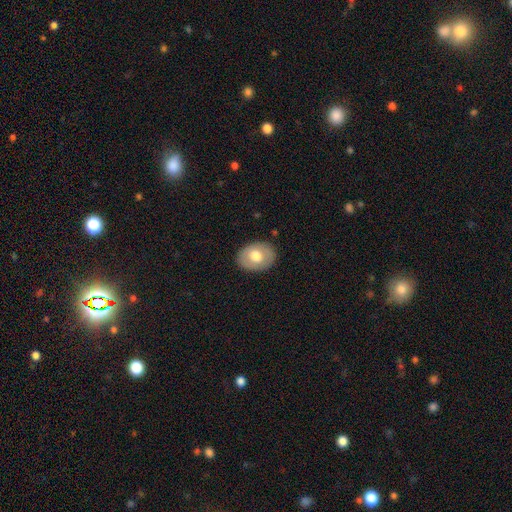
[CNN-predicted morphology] The model was most divided on "smooth or featured": smooth: 64%, featured or disk: 29%, star or artifact: 6%. More confident: merging — none (86%); how rounded — in between (68%).